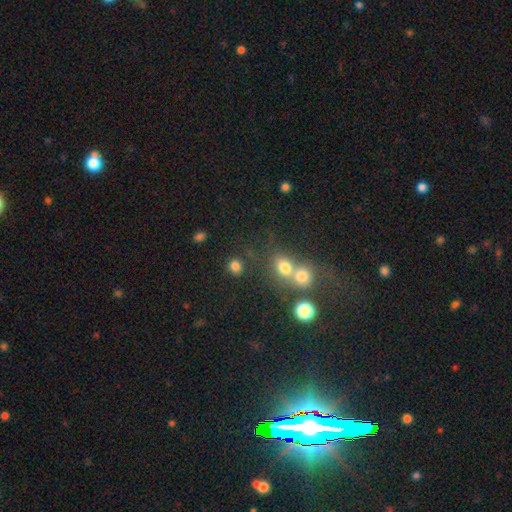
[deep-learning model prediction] A star or artifact, not a galaxy (49%).

Vote fractions:
- Smooth or featured? star or artifact: 49% / smooth: 37% / featured or disk: 14%